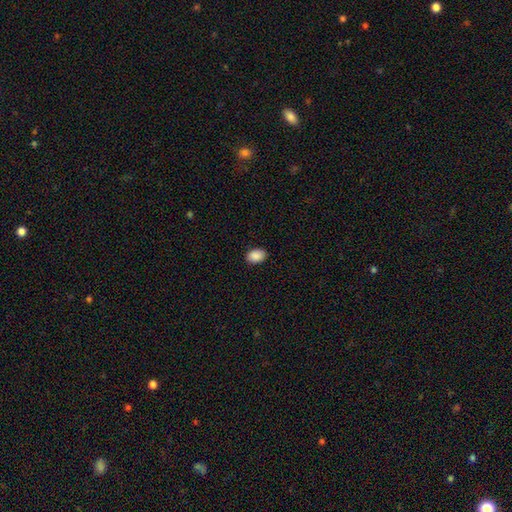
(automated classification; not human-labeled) A smooth galaxy with no disk features (90%) that is in between round and cigar-shaped (82%).

Vote fractions:
- Smooth or featured? smooth: 90% / star or artifact: 7% / featured or disk: 3%
- How rounded? in between: 82% / round: 17% / cigar-shaped: 1%
- Merging? none: 89% / minor disturbance: 8% / major disturbance: 2% / merger: 1%